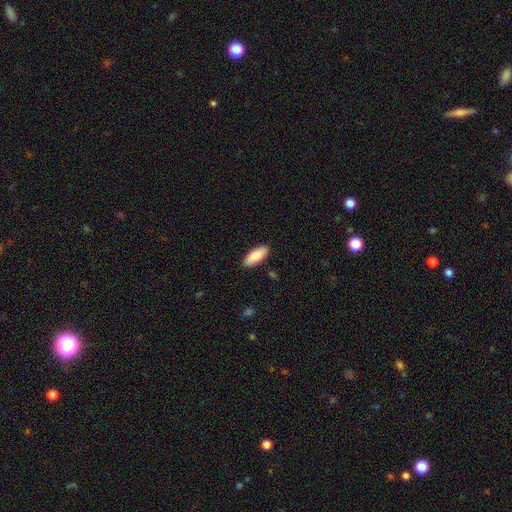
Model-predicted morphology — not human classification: Smooth or featured? smooth (85%)
How rounded? in between (82%)
Merging? none (89%)